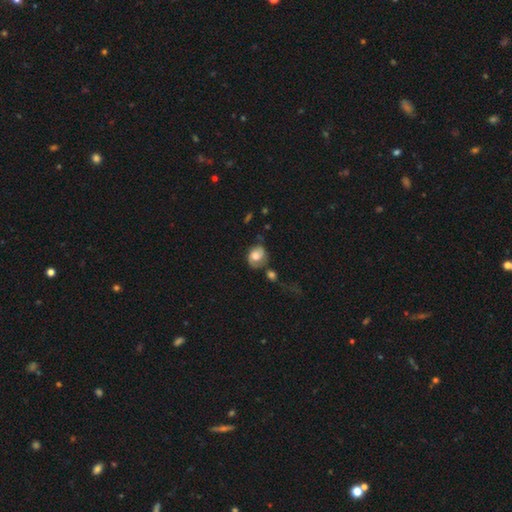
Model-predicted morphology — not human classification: Smooth or featured?
  - smooth: 54% *
  - featured or disk: 38%
  - star or artifact: 8%
How rounded?
  - round: 52% *
  - in between: 47%
  - cigar-shaped: 1%
Merging?
  - none: 48% *
  - minor disturbance: 25%
  - merger: 14%
  - major disturbance: 14%